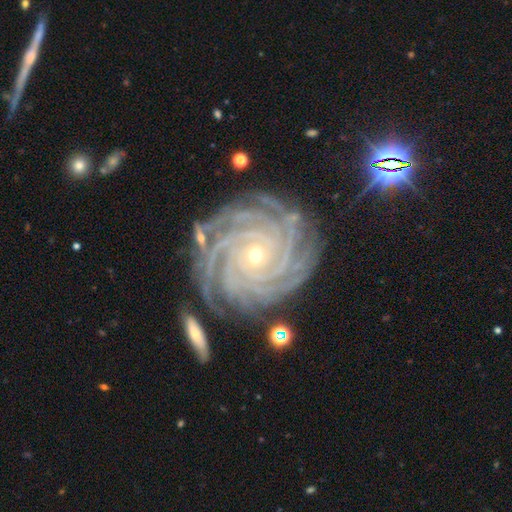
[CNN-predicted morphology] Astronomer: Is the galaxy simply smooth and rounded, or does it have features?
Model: featured or disk — 93%.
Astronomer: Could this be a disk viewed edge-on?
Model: no — 98%.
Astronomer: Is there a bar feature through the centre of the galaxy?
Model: no — 69%.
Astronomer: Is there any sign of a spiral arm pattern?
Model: yes — 99%.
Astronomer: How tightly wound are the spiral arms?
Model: tight — 88%.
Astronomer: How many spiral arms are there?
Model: more than 4 — 39% (runner-up: 4, 30%).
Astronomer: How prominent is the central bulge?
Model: small — 77%.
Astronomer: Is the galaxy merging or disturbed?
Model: none — 80%.